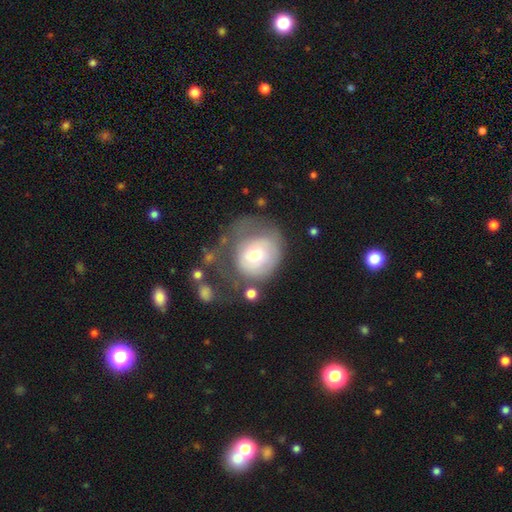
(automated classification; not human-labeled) Overall: smooth (52%; featured or disk 41%). How rounded: round (73%). Merging: major disturbance (41%; none 30%).